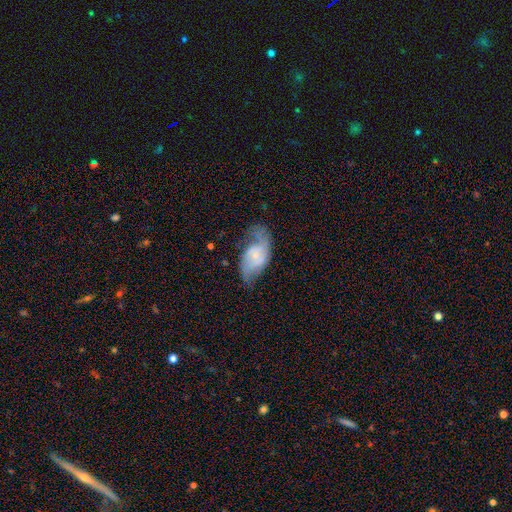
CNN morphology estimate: featured or disk 73%, smooth 20%, star or artifact 6%. Down the decision tree: edge-on disk — no (96%); bar — no (57%); spiral arms — yes (90%); spiral arm count — 2 (85%); spiral winding — loose (44%); bulge size — small (64%); merging — none (56%).